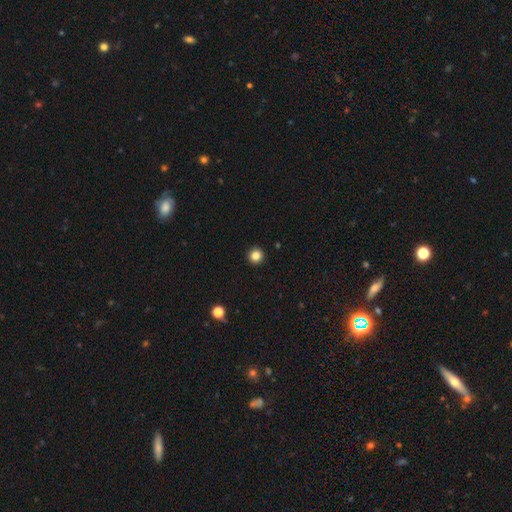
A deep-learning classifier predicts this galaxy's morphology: Smooth or featured? Predicted: smooth (p=0.84). How rounded? Predicted: round (p=0.95). Merging? Predicted: none (p=0.94).